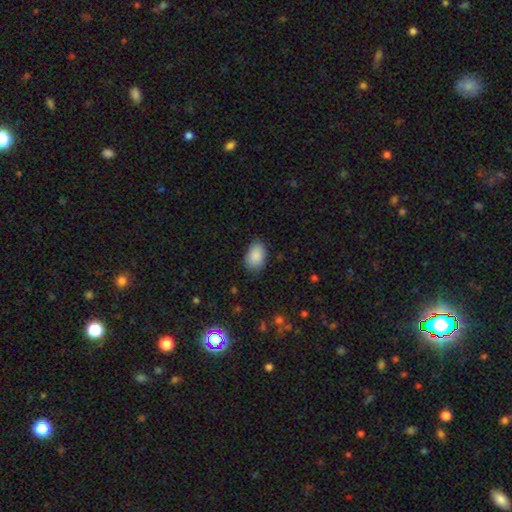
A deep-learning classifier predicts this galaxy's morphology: A smooth galaxy with no disk features (88%) that is in between round and cigar-shaped (88%). Merging: none (78%).